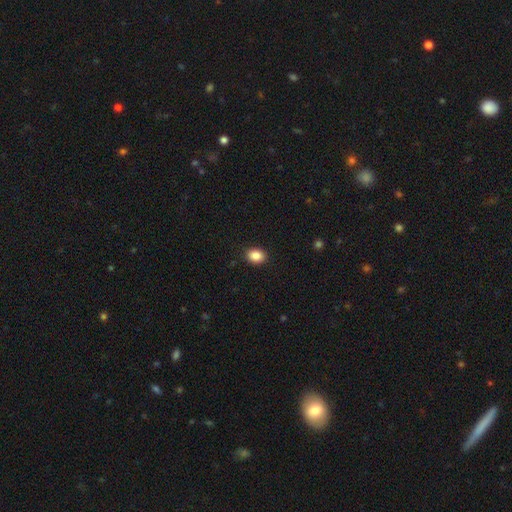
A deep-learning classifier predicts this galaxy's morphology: Smooth or featured? smooth (88%)
How rounded? in between (65%)
Merging? none (90%)